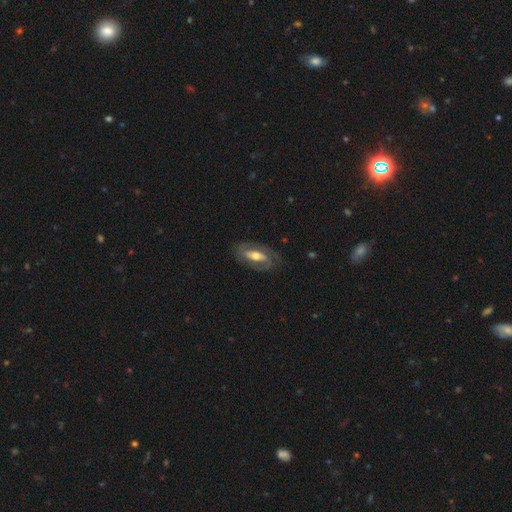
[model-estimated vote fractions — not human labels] Morphology: type=featured or disk (70%); edge-on=no (88%); bar=strong (36%); spiral arms=yes (75%); bulge=moderate (65%); merging=none (74%).